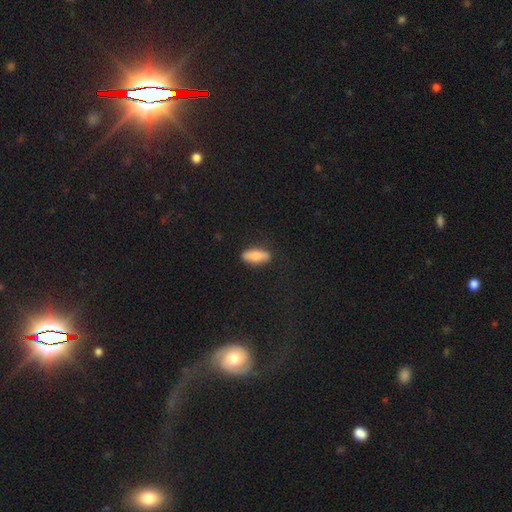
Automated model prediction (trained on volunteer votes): smooth-or-featured: smooth: 77% | featured or disk: 17% | star or artifact: 6%
  how-rounded: in between: 71% | cigar-shaped: 27% | round: 3%
  merging: none: 83% | minor disturbance: 13% | major disturbance: 3% | merger: 1%